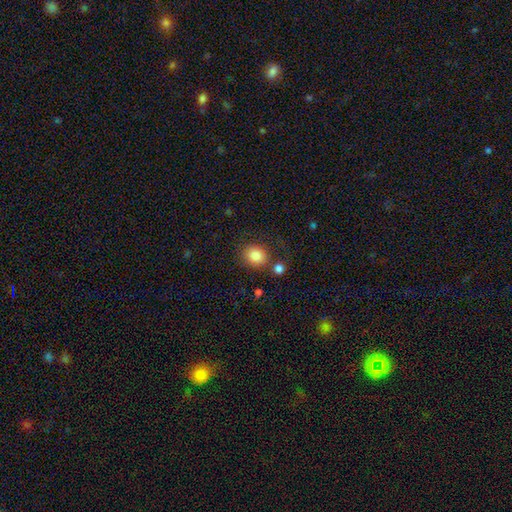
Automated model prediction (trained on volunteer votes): Overall: smooth (84%). How rounded: round (71%). Merging: none (76%).